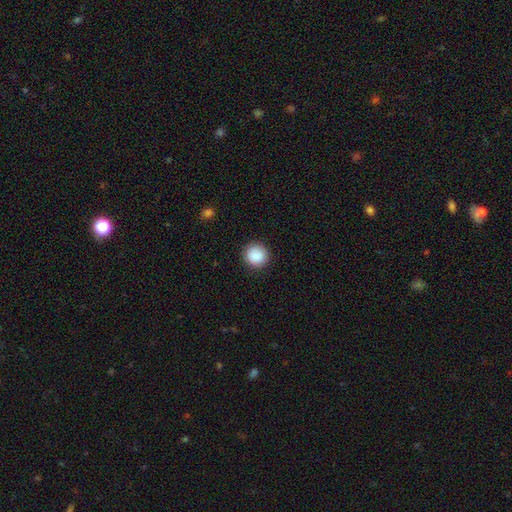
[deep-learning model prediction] Morphology: type=smooth (89%); roundness=round (92%); merging=none (90%).